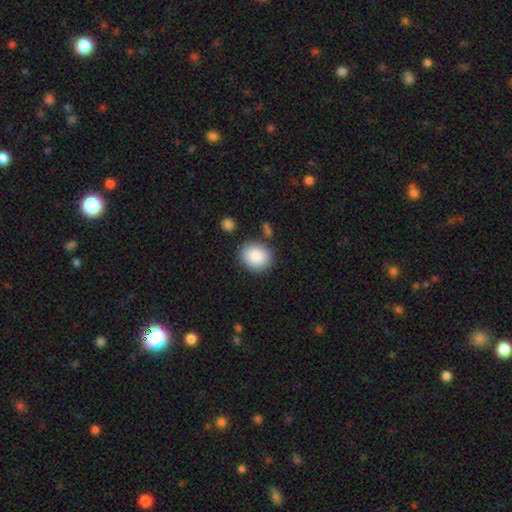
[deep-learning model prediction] A smooth galaxy with no disk features (87%) that is round (66%). Merging: none (82%).